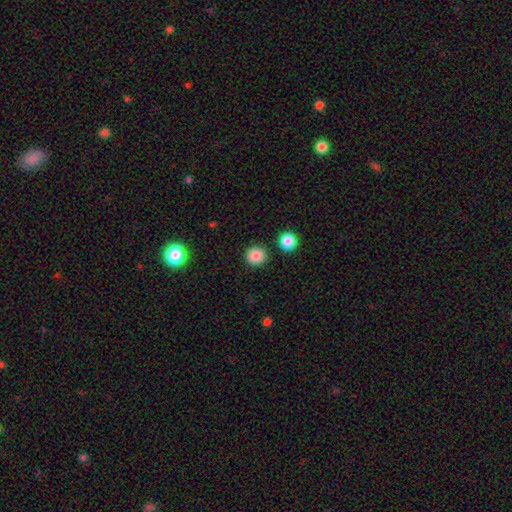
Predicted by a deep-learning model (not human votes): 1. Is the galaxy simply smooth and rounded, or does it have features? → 86% smooth, 10% star or artifact, 4% featured or disk.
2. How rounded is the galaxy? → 93% round, 6% in between, 1% cigar-shaped.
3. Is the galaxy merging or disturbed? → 89% none, 6% minor disturbance, 3% merger, 2% major disturbance.